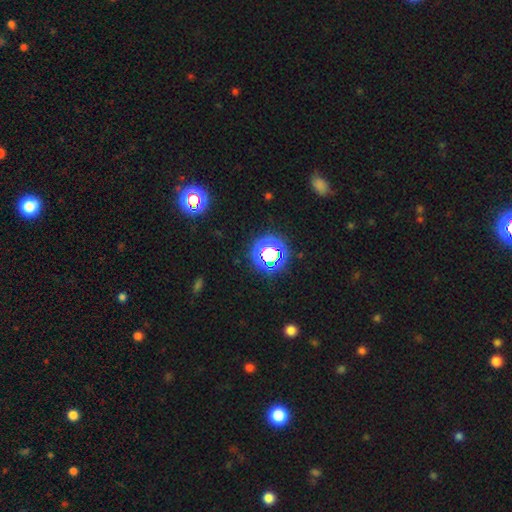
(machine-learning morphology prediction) Smooth or featured: star or artifact — 76% (smooth — 17%)